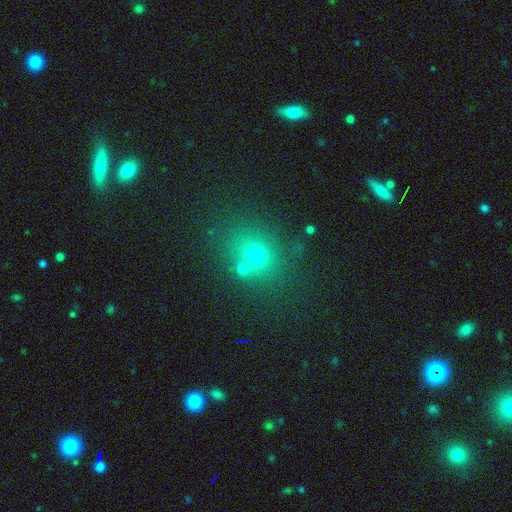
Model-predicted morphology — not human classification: This appears to be a smooth galaxy with no disk features (65%) that is round (71%). Merging: none (61%).